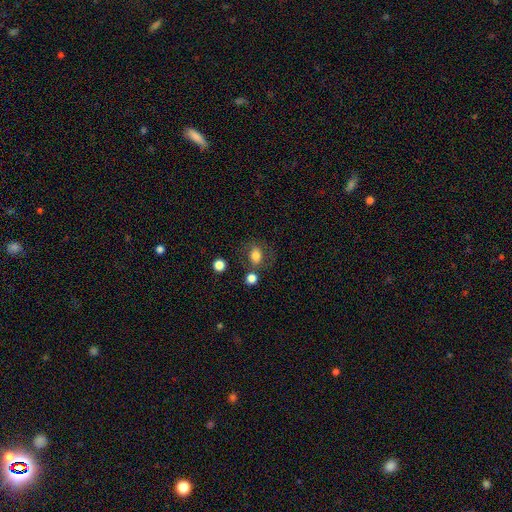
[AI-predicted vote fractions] Q: Smooth or featured?
A: smooth (75%); runner-up: featured or disk (14%)
Q: How rounded?
A: in between (51%); runner-up: round (47%)
Q: Merging?
A: none (62%); runner-up: minor disturbance (16%)